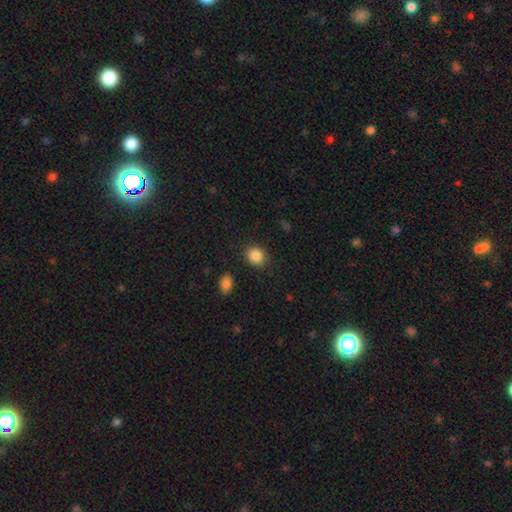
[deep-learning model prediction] The model was most divided on "how rounded": round: 72%, in between: 27%, cigar-shaped: 1%. More confident: smooth or featured — smooth (87%); merging — none (87%).